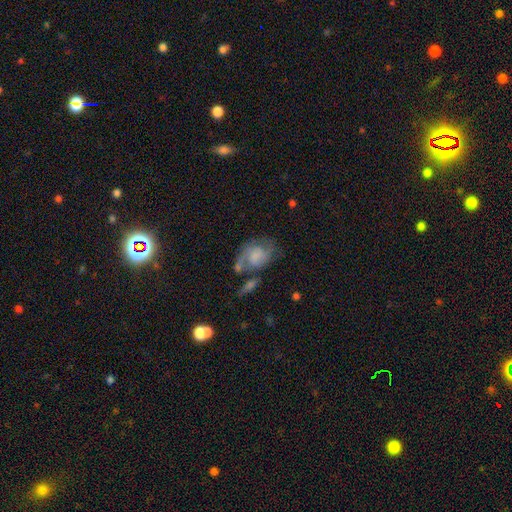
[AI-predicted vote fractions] This appears to be a featured or disk galaxy (48%). Merging: none (36%).